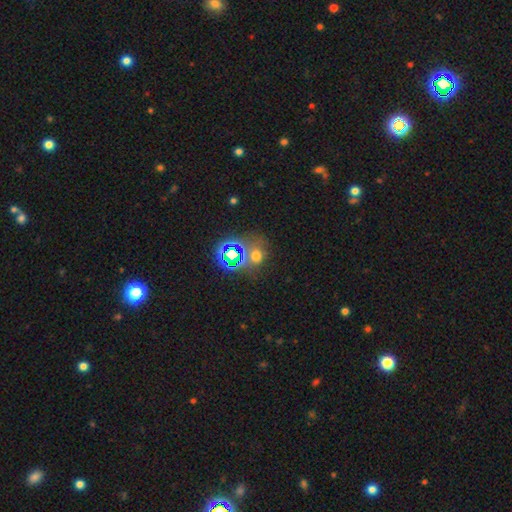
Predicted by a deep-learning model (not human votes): Smooth or featured?
  - smooth: 50% *
  - star or artifact: 41%
  - featured or disk: 9%
How rounded?
  - round: 70% *
  - in between: 29%
  - cigar-shaped: 1%
Merging?
  - none: 60% *
  - merger: 22%
  - minor disturbance: 11%
  - major disturbance: 7%